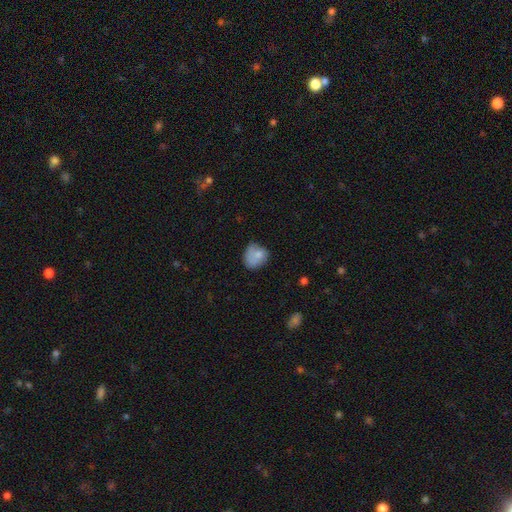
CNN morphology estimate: Overall: smooth (72%). How rounded: round (57%; in between 42%). Merging: none (43%; minor disturbance 35%).